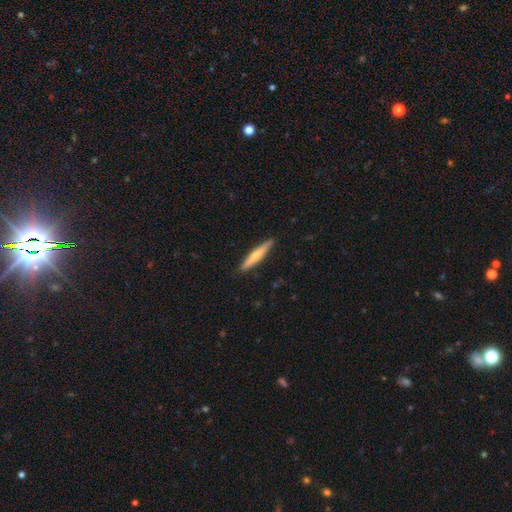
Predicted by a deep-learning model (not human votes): A smooth galaxy with no disk features (57%) that is cigar-shaped (93%).

Vote fractions:
- Smooth or featured? smooth: 57% / featured or disk: 38% / star or artifact: 5%
- How rounded? cigar-shaped: 93% / in between: 6% / round: 1%
- Merging? none: 90% / minor disturbance: 7% / major disturbance: 1% / merger: 1%